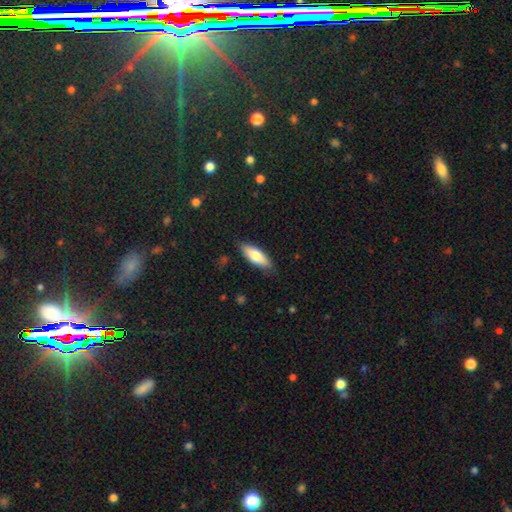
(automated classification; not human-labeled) Smooth or featured?
  - smooth: 75% *
  - featured or disk: 19%
  - star or artifact: 6%
How rounded?
  - in between: 66% *
  - cigar-shaped: 33%
  - round: 2%
Merging?
  - none: 84% *
  - minor disturbance: 13%
  - major disturbance: 2%
  - merger: 1%